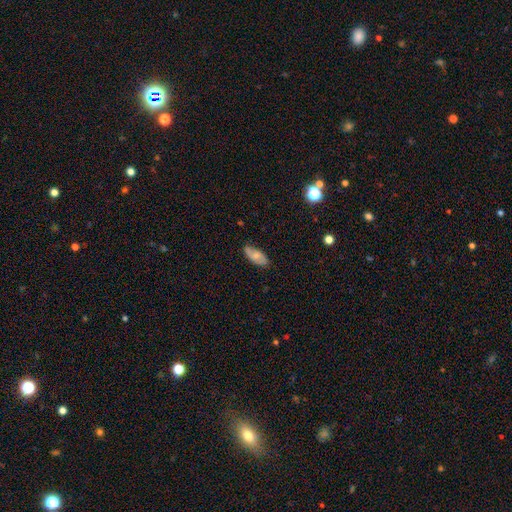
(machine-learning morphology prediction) This appears to be a smooth galaxy with no disk features (63%) that is in between round and cigar-shaped (87%). Merging: none (75%).